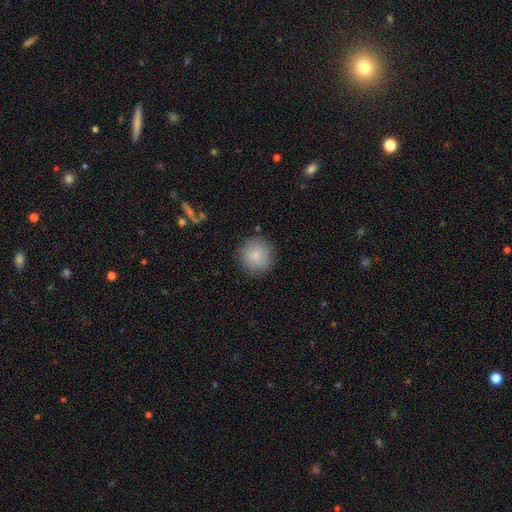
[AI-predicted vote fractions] Smooth or featured? Predicted: smooth (p=0.85). How rounded? Predicted: round (p=0.94). Merging? Predicted: none (p=0.88).